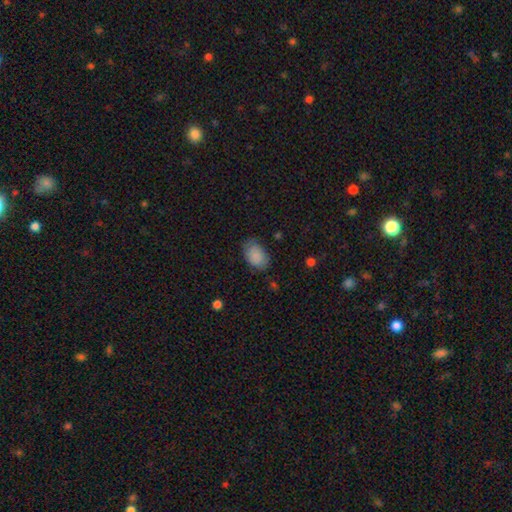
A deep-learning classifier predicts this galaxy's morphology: Smooth or featured: smooth — 87% (star or artifact — 7%)
How rounded: in between — 90% (round — 9%)
Merging: none — 76% (minor disturbance — 18%)